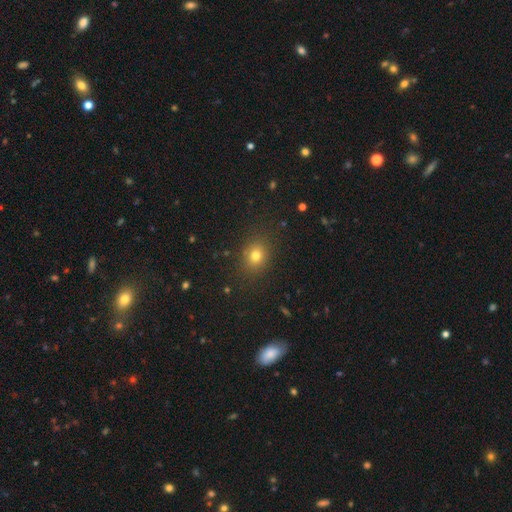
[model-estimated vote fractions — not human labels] smooth-or-featured: smooth: 76% | star or artifact: 15% | featured or disk: 8%
  how-rounded: round: 58% | in between: 41% | cigar-shaped: 1%
  merging: none: 86% | minor disturbance: 9% | major disturbance: 3% | merger: 1%